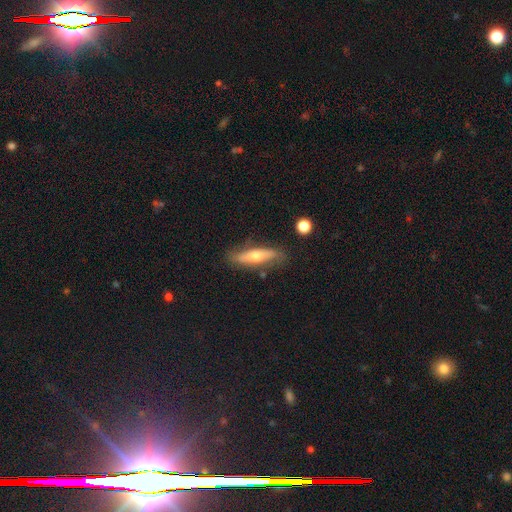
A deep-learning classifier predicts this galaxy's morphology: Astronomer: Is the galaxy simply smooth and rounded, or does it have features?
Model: featured or disk — 47% (runner-up: smooth, 46%).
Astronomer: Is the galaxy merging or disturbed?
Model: none — 78%.